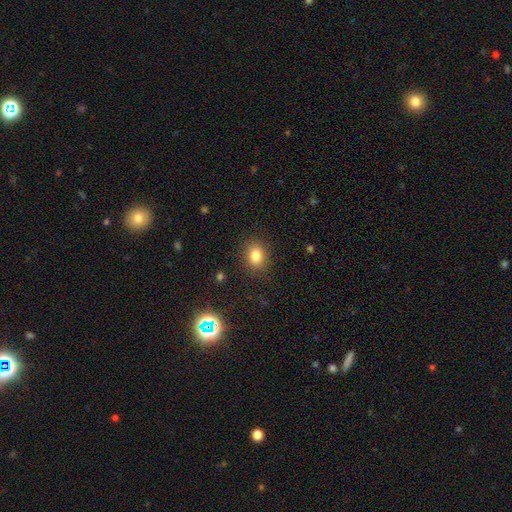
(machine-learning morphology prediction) This appears to be a smooth galaxy with no disk features (81%) that is round (54%). Merging: none (87%).